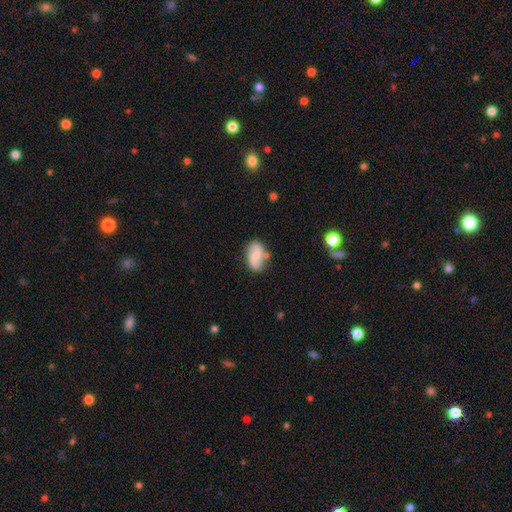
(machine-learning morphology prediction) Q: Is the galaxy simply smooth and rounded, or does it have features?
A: smooth — 57%.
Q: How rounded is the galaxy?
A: in between — 89%.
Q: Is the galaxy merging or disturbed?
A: none — 66%.